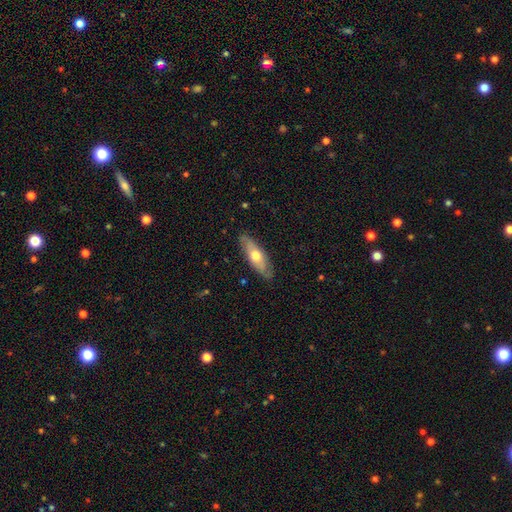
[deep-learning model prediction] A smooth galaxy with no disk features (50%) that is in between round and cigar-shaped (56%). Merging: none (84%).